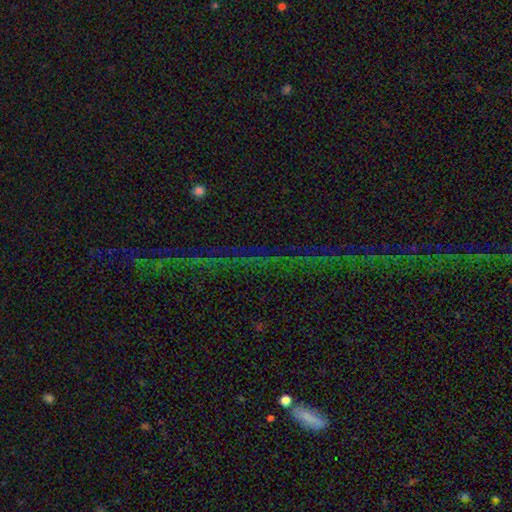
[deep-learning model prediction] smooth_or_featured: star or artifact (p=0.73) [alt: featured or disk p=0.17]